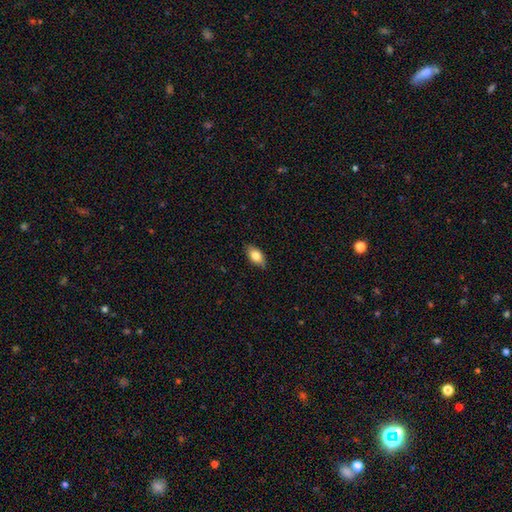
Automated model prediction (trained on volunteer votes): Overall: smooth (78%). How rounded: in between (90%). Merging: none (85%).